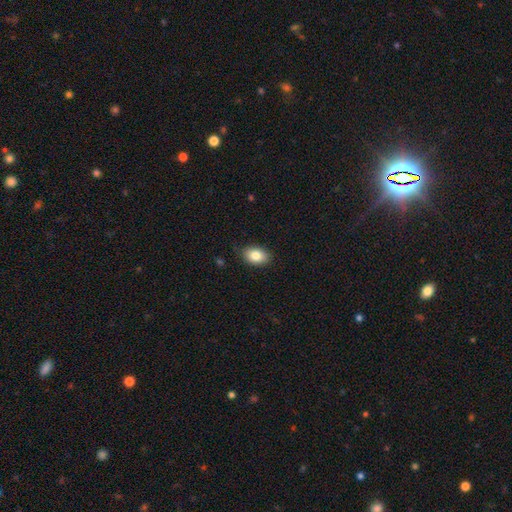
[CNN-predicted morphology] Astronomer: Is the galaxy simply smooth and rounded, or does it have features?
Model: smooth — 84%.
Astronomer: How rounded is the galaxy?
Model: in between — 86%.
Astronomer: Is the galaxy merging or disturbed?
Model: none — 82%.